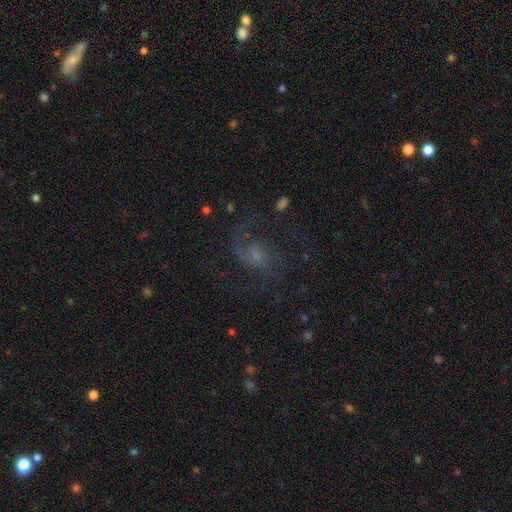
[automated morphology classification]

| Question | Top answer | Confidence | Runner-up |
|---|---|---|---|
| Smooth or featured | featured or disk | 73% | smooth (14%) |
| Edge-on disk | no | 98% | yes (2%) |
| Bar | no | 48% | weak (44%) |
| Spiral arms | yes | 93% | no (7%) |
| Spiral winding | medium | 48% | loose (40%) |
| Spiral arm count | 2 | 65% | 1 (17%) |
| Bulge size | small | 37% | moderate (27%) |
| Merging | none | 60% | major disturbance (22%) |